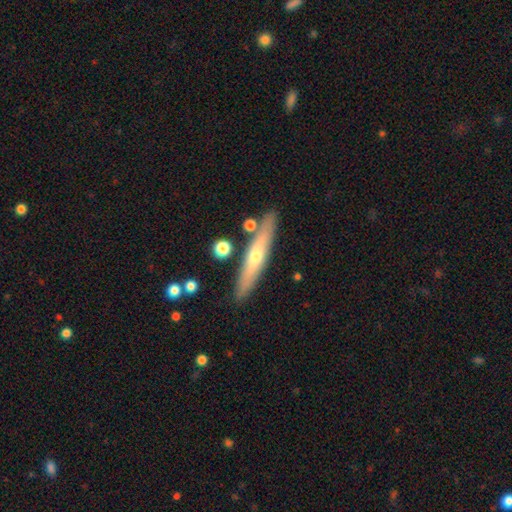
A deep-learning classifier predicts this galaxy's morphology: Smooth or featured?
  - featured or disk: 54% *
  - smooth: 40%
  - star or artifact: 6%
Edge-on disk?
  - yes: 88% *
  - no: 12%
Merging?
  - none: 85% *
  - minor disturbance: 9%
  - merger: 4%
  - major disturbance: 2%